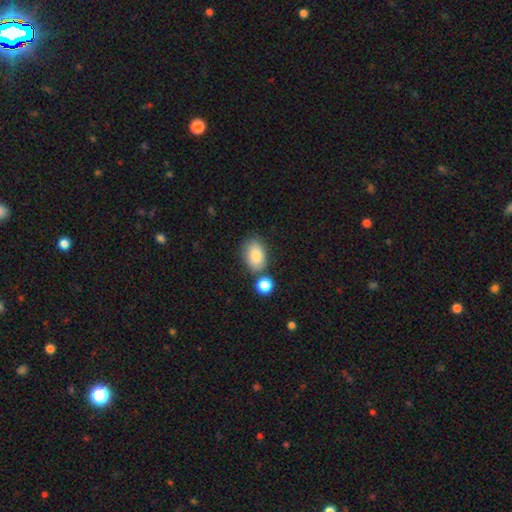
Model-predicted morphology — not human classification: Smooth or featured: smooth — 84% (featured or disk — 8%)
How rounded: in between — 87% (round — 12%)
Merging: none — 69% (minor disturbance — 15%)